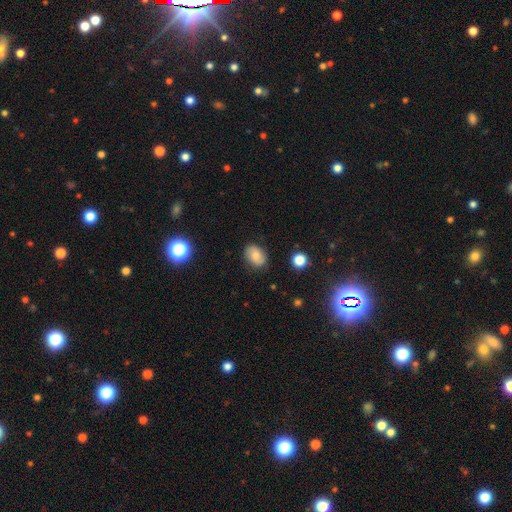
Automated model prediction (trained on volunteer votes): Q: Smooth or featured?
A: smooth (64%); runner-up: featured or disk (25%)
Q: How rounded?
A: in between (71%); runner-up: round (27%)
Q: Merging?
A: none (80%); runner-up: minor disturbance (15%)